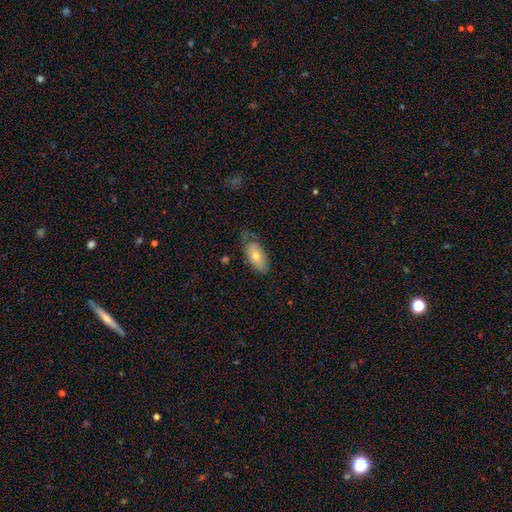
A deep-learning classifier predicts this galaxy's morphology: A smooth galaxy with no disk features (63%) that is in between round and cigar-shaped (88%).

Vote fractions:
- Smooth or featured? smooth: 63% / featured or disk: 30% / star or artifact: 7%
- How rounded? in between: 88% / cigar-shaped: 9% / round: 3%
- Merging? none: 49% / minor disturbance: 32% / major disturbance: 16% / merger: 2%